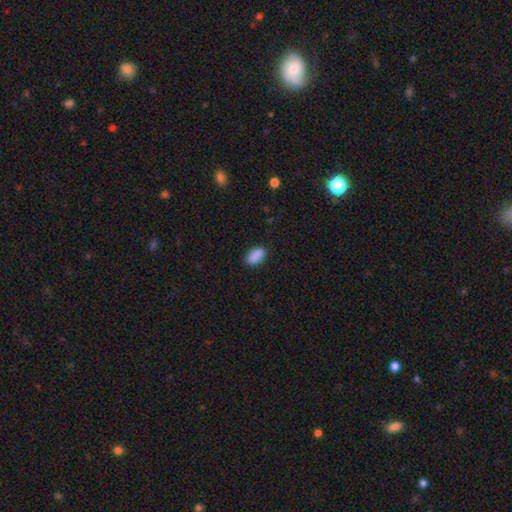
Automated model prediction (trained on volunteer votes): smooth 90%, star or artifact 7%, featured or disk 3%. Down the decision tree: how rounded — in between (93%); merging — none (88%).